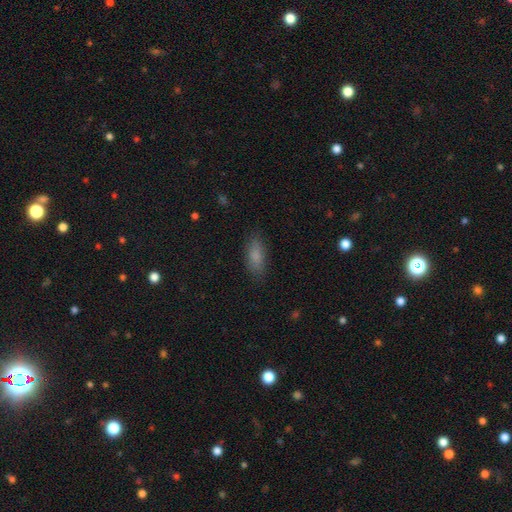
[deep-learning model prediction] Q: Smooth or featured?
A: smooth (83%); runner-up: star or artifact (8%)
Q: How rounded?
A: in between (80%); runner-up: cigar-shaped (17%)
Q: Merging?
A: none (83%); runner-up: minor disturbance (12%)